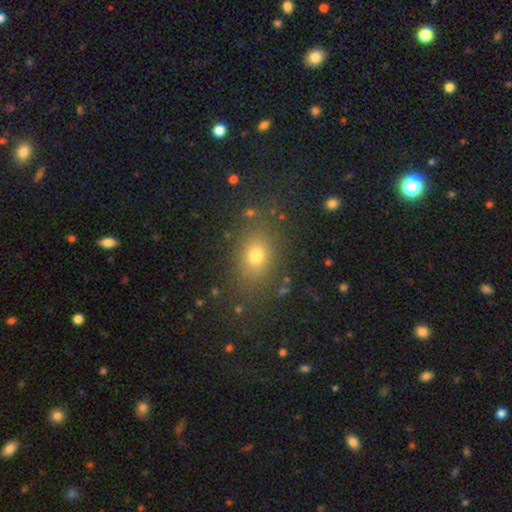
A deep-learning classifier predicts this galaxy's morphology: Smooth or featured?
  - smooth: 74% *
  - star or artifact: 15%
  - featured or disk: 10%
How rounded?
  - in between: 66% *
  - round: 32%
  - cigar-shaped: 2%
Merging?
  - none: 81% *
  - minor disturbance: 11%
  - major disturbance: 5%
  - merger: 2%